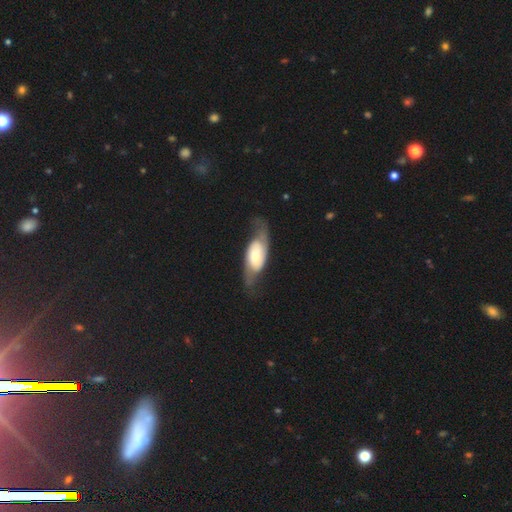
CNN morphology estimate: A featured or disk galaxy (66%) with no bar (58%), spiral arms (86%) and a moderate central bulge (33%).

Vote fractions:
- Smooth or featured? featured or disk: 66% / smooth: 28% / star or artifact: 6%
- Edge-on disk? no: 86% / yes: 14%
- Bar? no: 58% / weak: 28% / strong: 15%
- Spiral arms? yes: 86% / no: 14%
- Bulge size? moderate: 33% / large: 28% / small: 25% / dominant: 9% / none: 5%
- Merging? none: 61% / minor disturbance: 21% / major disturbance: 16% / merger: 2%